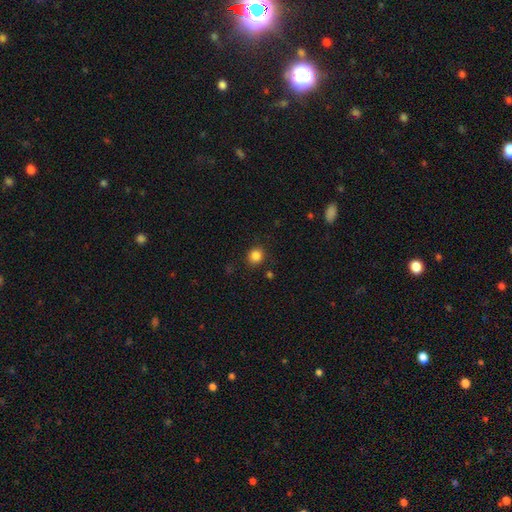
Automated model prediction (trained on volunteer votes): Q: Smooth or featured?
A: smooth (85%); runner-up: star or artifact (11%)
Q: How rounded?
A: round (82%); runner-up: in between (17%)
Q: Merging?
A: none (87%); runner-up: minor disturbance (8%)